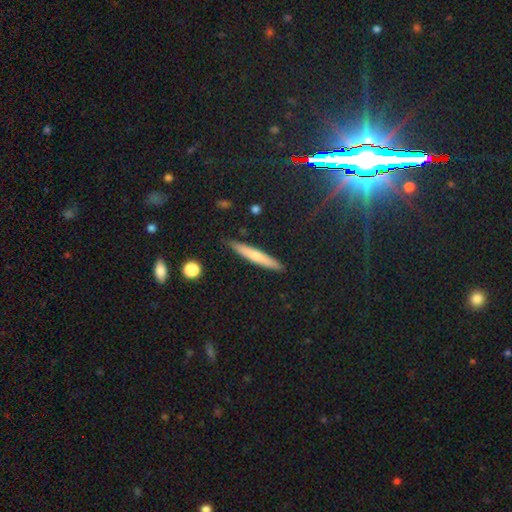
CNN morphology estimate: The model was most divided on "smooth or featured": smooth: 58%, featured or disk: 34%, star or artifact: 8%. More confident: how rounded — cigar-shaped (93%); merging — none (88%).